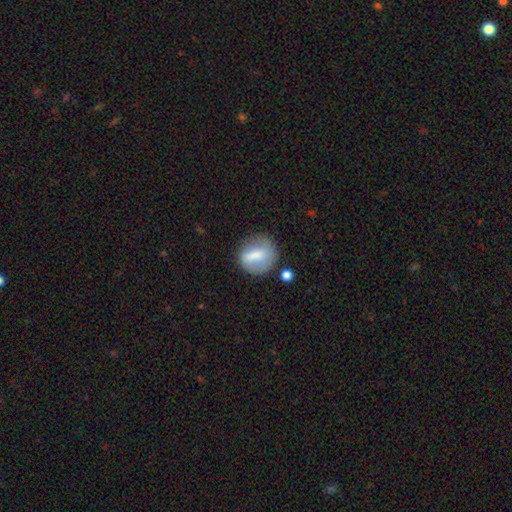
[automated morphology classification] Smooth or featured?
  - smooth: 68% *
  - featured or disk: 24%
  - star or artifact: 8%
How rounded?
  - round: 69% *
  - in between: 28%
  - cigar-shaped: 3%
Merging?
  - none: 63% *
  - minor disturbance: 22%
  - major disturbance: 10%
  - merger: 5%